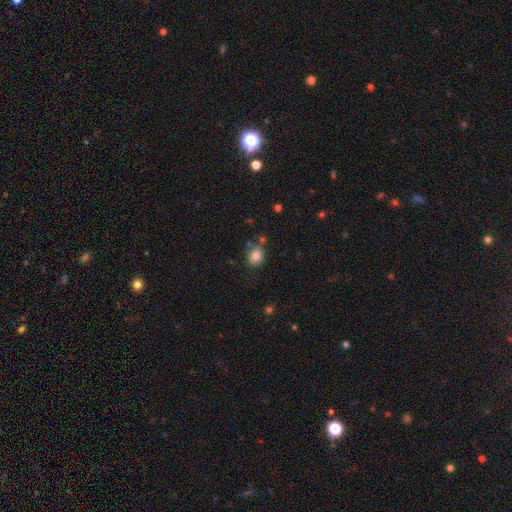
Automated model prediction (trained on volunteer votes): smooth 83%, star or artifact 10%, featured or disk 7%. Down the decision tree: how rounded — round (50%); merging — none (72%).